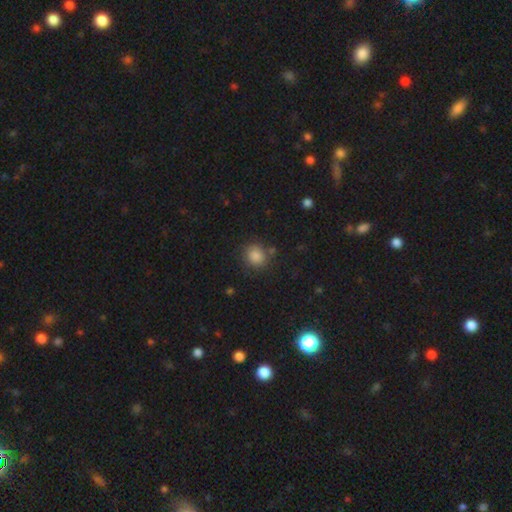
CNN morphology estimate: This appears to be a smooth galaxy with no disk features (85%) that is round (80%). Merging: none (79%).